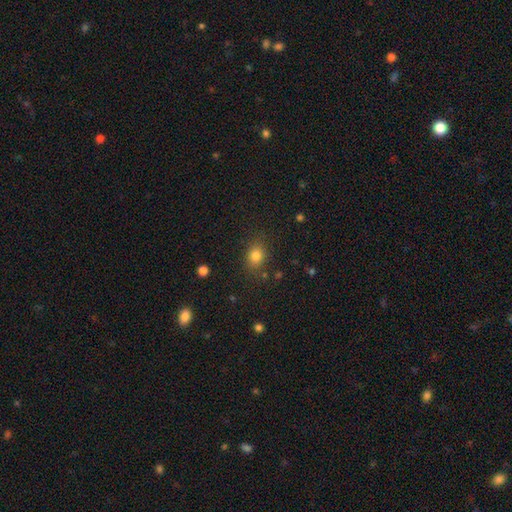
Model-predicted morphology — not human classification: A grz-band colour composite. It shows a smooth galaxy with no disk features (80%) that is round (52%). Merging: none (81%).